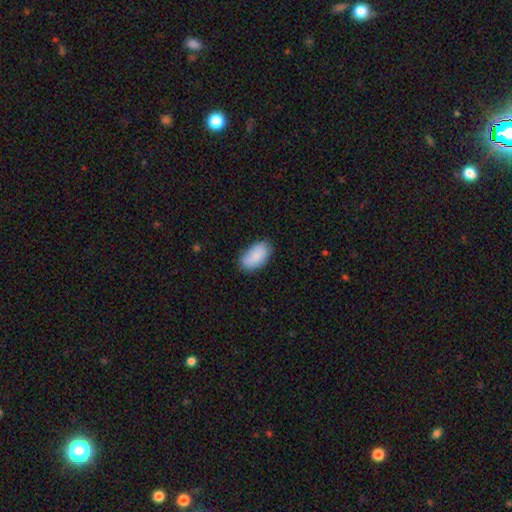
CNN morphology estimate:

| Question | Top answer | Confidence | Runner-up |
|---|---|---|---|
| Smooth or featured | smooth | 86% | featured or disk (8%) |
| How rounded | in between | 94% | round (4%) |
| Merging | none | 74% | minor disturbance (20%) |